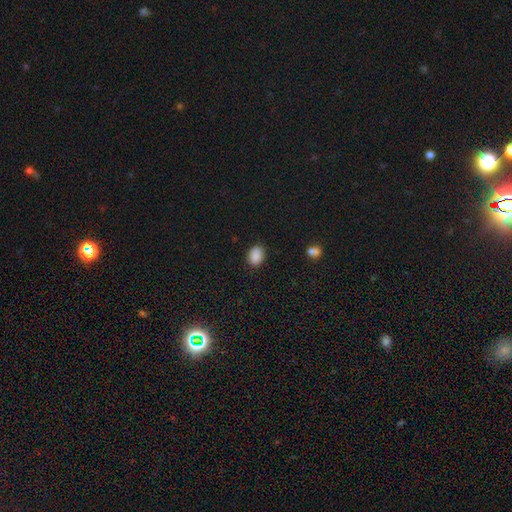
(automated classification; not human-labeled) Smooth or featured?
  - smooth: 88% *
  - star or artifact: 9%
  - featured or disk: 3%
How rounded?
  - in between: 72% *
  - round: 27%
  - cigar-shaped: 1%
Merging?
  - none: 83% *
  - minor disturbance: 13%
  - major disturbance: 3%
  - merger: 1%